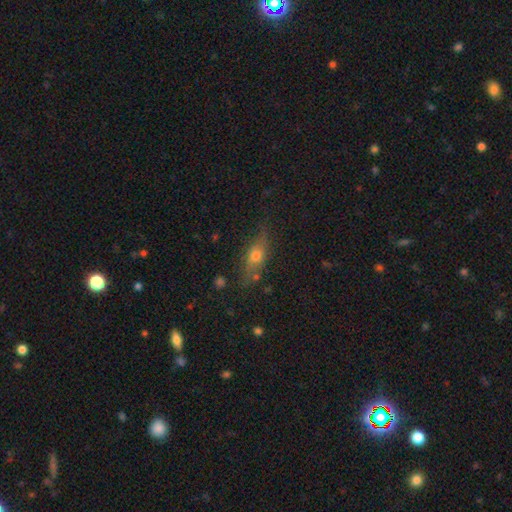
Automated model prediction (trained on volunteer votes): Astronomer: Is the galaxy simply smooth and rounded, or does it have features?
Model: smooth — 55% (runner-up: featured or disk, 34%).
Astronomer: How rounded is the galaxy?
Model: in between — 61%.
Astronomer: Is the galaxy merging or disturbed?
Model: none — 72%.